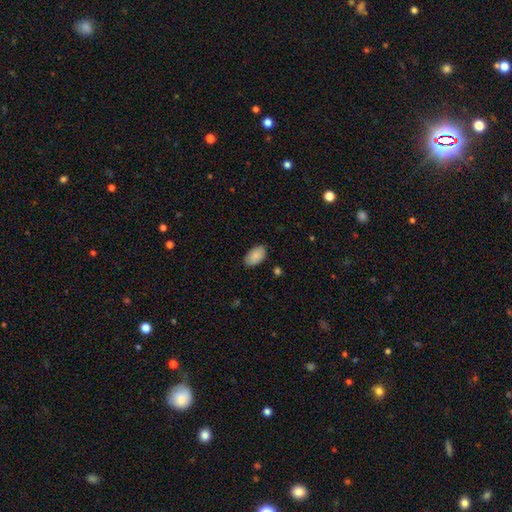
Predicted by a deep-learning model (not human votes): Q: Smooth or featured?
A: smooth (87%); runner-up: star or artifact (6%)
Q: How rounded?
A: in between (94%); runner-up: round (5%)
Q: Merging?
A: none (84%); runner-up: minor disturbance (13%)